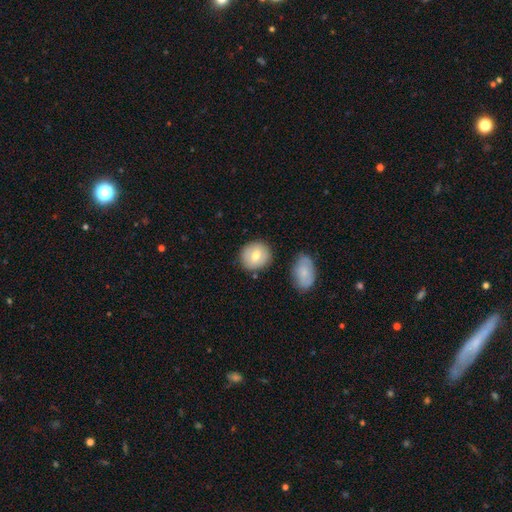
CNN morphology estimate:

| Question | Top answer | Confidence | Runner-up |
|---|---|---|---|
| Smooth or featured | smooth | 71% | featured or disk (22%) |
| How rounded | round | 83% | in between (16%) |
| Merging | none | 82% | minor disturbance (11%) |